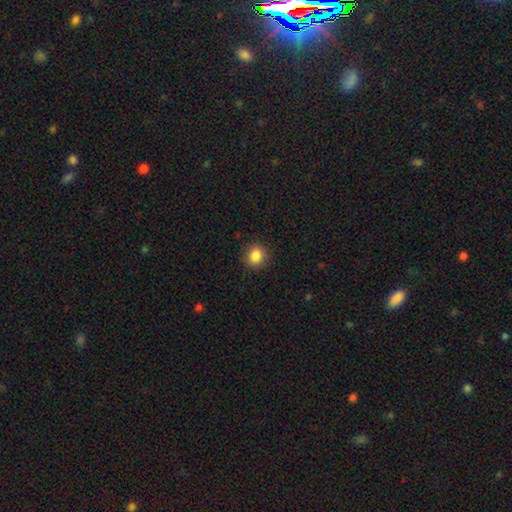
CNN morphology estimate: Q: Smooth or featured?
A: smooth (86%); runner-up: star or artifact (10%)
Q: How rounded?
A: round (83%); runner-up: in between (16%)
Q: Merging?
A: none (88%); runner-up: minor disturbance (8%)